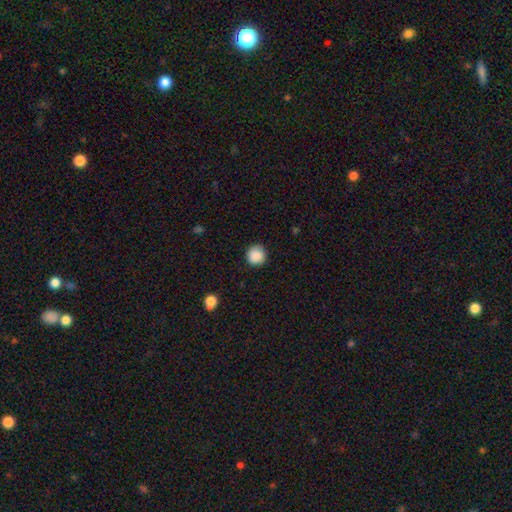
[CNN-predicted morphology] This is clearly a smooth galaxy (88%). How rounded: clearly round (94%). Merging: clearly none (88%).